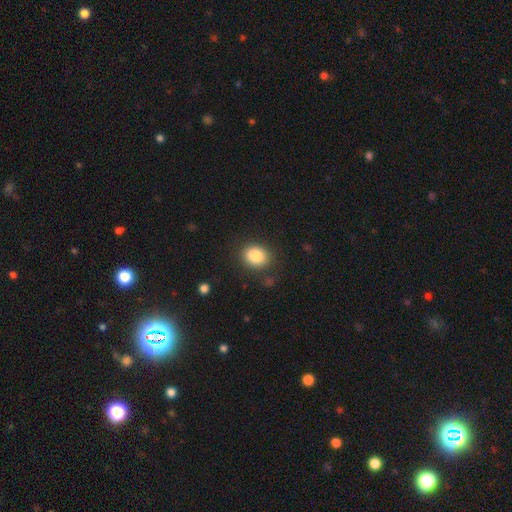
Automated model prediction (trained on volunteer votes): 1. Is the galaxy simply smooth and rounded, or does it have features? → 85% smooth, 9% star or artifact, 6% featured or disk.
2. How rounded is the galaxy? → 52% round, 47% in between, 1% cigar-shaped.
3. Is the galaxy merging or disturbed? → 83% none, 11% minor disturbance, 4% major disturbance, 2% merger.